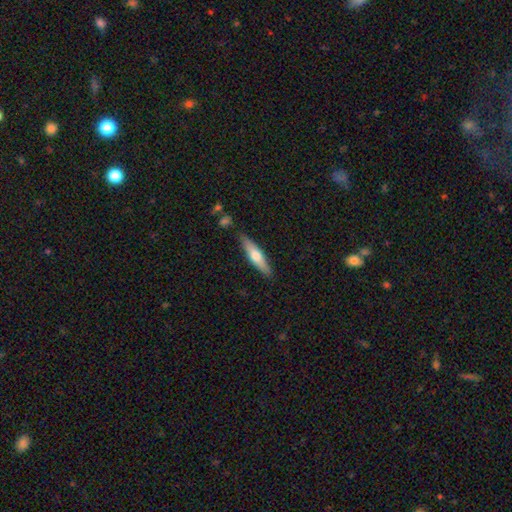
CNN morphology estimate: The model was most divided on "smooth or featured": smooth: 56%, featured or disk: 38%, star or artifact: 6%. More confident: merging — none (84%); how rounded — cigar-shaped (80%).